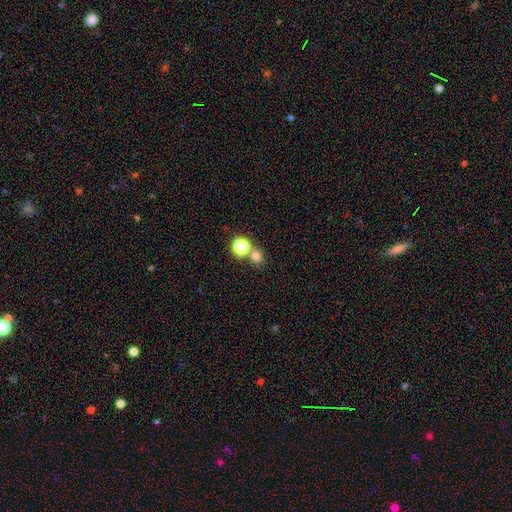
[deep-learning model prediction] Smooth or featured? smooth (71%)
How rounded? round (83%)
Merging? none (61%)